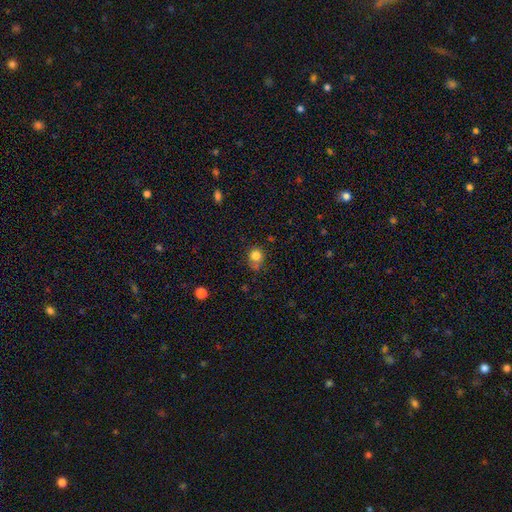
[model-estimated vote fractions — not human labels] A smooth galaxy with no disk features (81%) that is round (80%). Merging: none (61%).